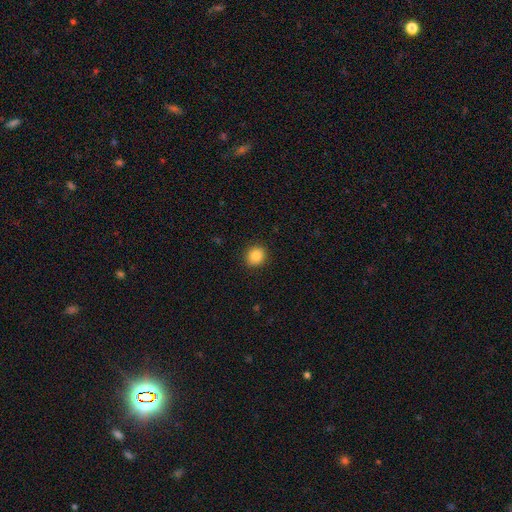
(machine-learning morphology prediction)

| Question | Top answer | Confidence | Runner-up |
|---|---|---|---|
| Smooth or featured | smooth | 85% | star or artifact (10%) |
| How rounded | round | 79% | in between (20%) |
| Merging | none | 90% | minor disturbance (7%) |